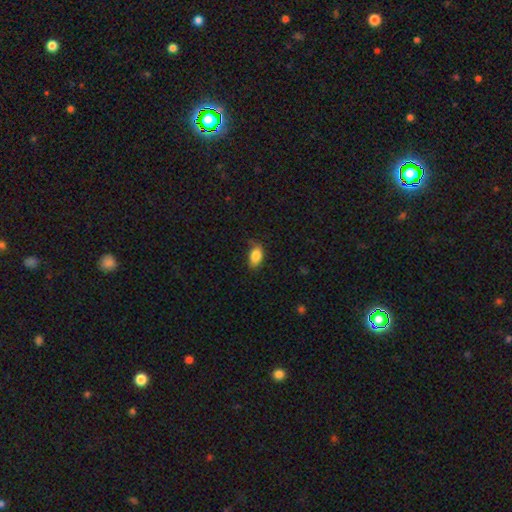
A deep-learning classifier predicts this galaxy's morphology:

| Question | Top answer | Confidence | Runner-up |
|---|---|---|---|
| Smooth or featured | smooth | 85% | star or artifact (8%) |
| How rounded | in between | 89% | round (8%) |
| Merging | none | 76% | minor disturbance (19%) |